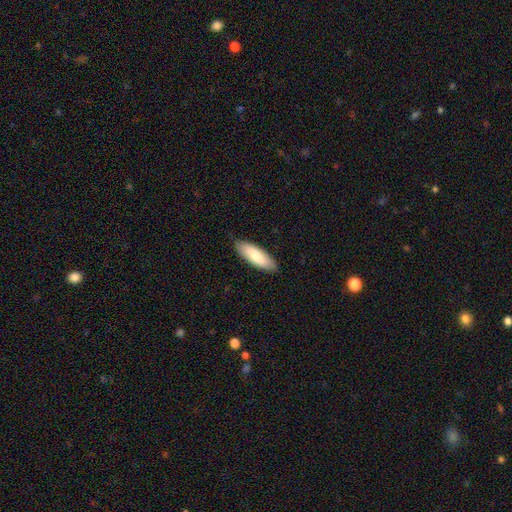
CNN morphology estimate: This appears to be a smooth galaxy with no disk features (80%) that is in between round and cigar-shaped (60%). Merging: none (87%).